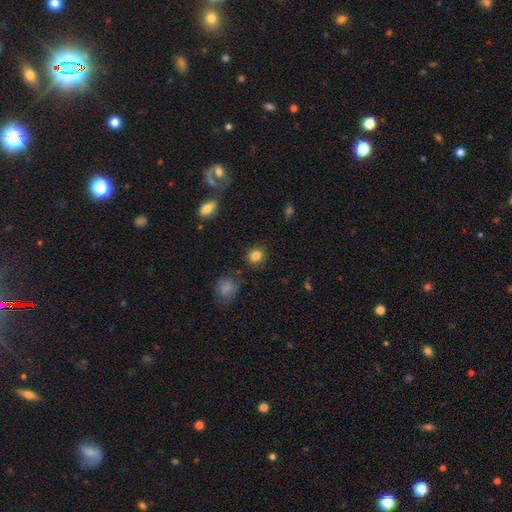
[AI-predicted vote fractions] Smooth or featured?
  - smooth: 84% *
  - star or artifact: 11%
  - featured or disk: 5%
How rounded?
  - round: 70% *
  - in between: 28%
  - cigar-shaped: 1%
Merging?
  - none: 86% *
  - minor disturbance: 9%
  - major disturbance: 3%
  - merger: 2%